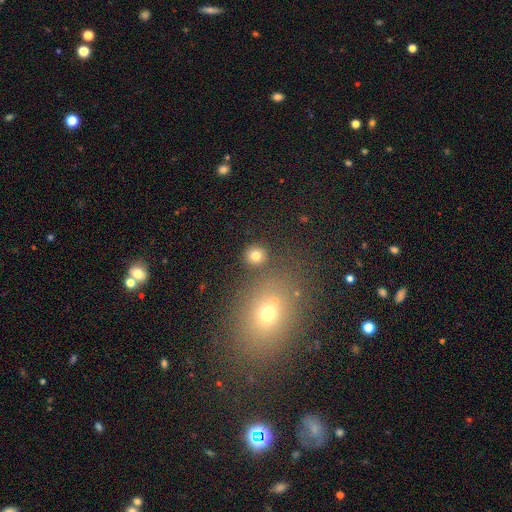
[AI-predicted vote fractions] Morphology: type=smooth (79%); roundness=round (91%); merging=none (84%).